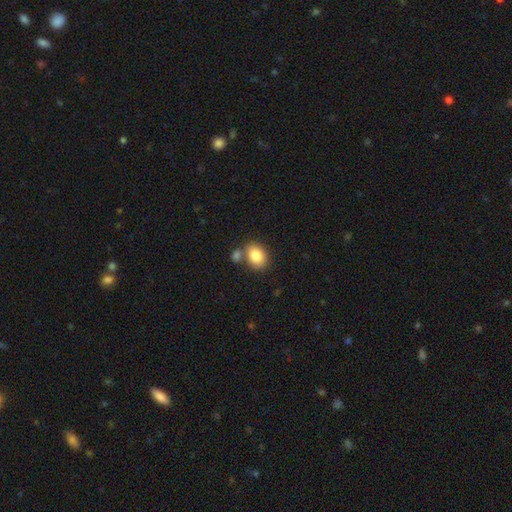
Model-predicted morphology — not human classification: Smooth or featured? Predicted: smooth (p=0.84). How rounded? Predicted: in between (p=0.63). Merging? Predicted: none (p=0.61).